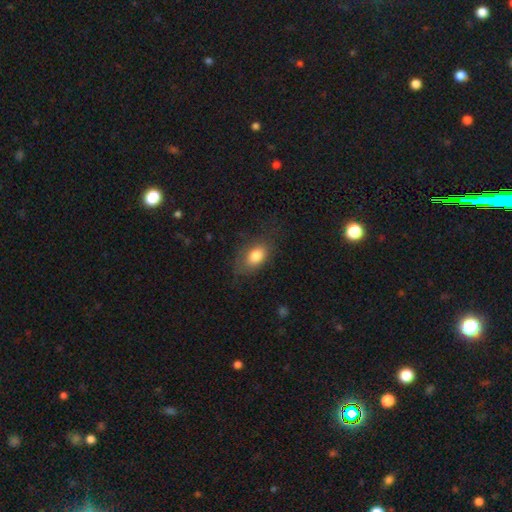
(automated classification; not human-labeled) smooth_or_featured: smooth (p=0.80) [alt: featured or disk p=0.11]
how_rounded: in between (p=0.85) [alt: round p=0.13]
merging: none (p=0.68) [alt: minor disturbance p=0.21]